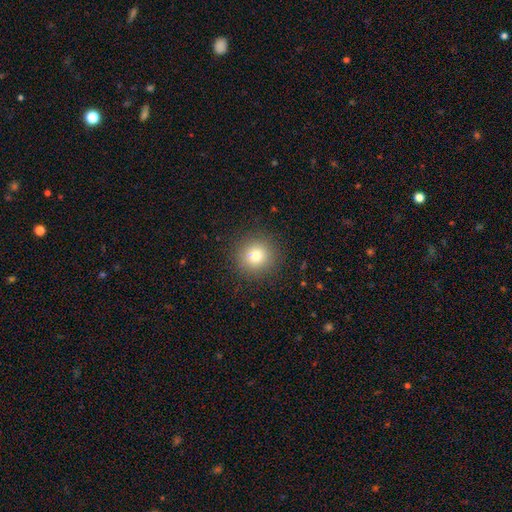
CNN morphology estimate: The model was most divided on "smooth or featured": smooth: 78%, star or artifact: 13%, featured or disk: 9%. More confident: how rounded — round (94%); merging — none (89%).